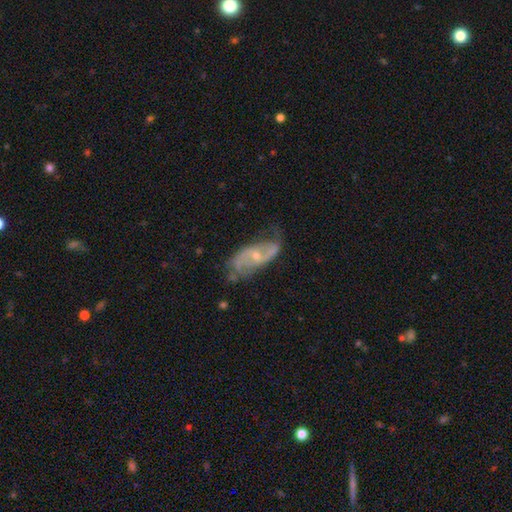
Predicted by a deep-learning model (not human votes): Morphology: type=featured or disk (80%); edge-on=no (92%); bar=no (52%); spiral arms=yes (90%); winding=loose (48%); arm count=2 (83%); bulge=small (64%); merging=none (58%).